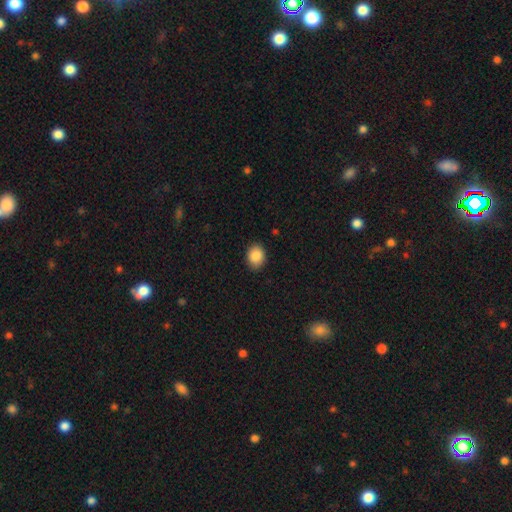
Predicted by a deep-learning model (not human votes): smooth 88%, star or artifact 8%, featured or disk 4%. Down the decision tree: how rounded — in between (52%); merging — none (88%).